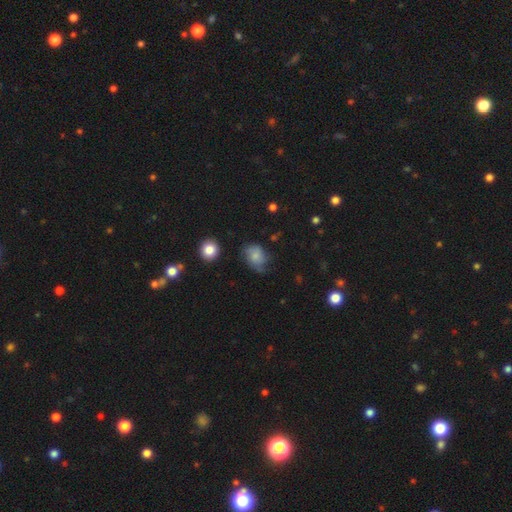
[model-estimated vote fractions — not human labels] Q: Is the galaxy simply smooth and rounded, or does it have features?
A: smooth — 66%.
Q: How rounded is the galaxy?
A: in between — 60%.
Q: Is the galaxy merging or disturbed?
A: none — 51%.